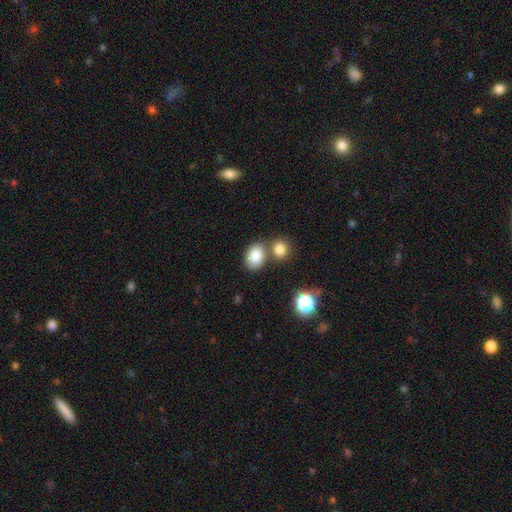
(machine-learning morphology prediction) A smooth galaxy with no disk features (83%) that is in between round and cigar-shaped (66%). Merging: none (56%).